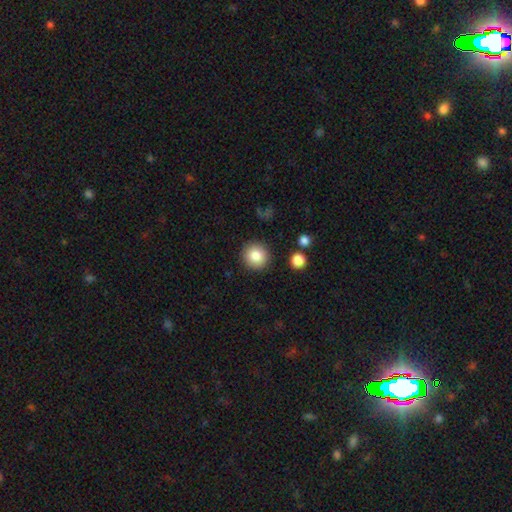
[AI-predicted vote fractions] Q: Smooth or featured?
A: smooth (84%); runner-up: star or artifact (9%)
Q: How rounded?
A: round (93%); runner-up: in between (6%)
Q: Merging?
A: none (90%); runner-up: minor disturbance (6%)